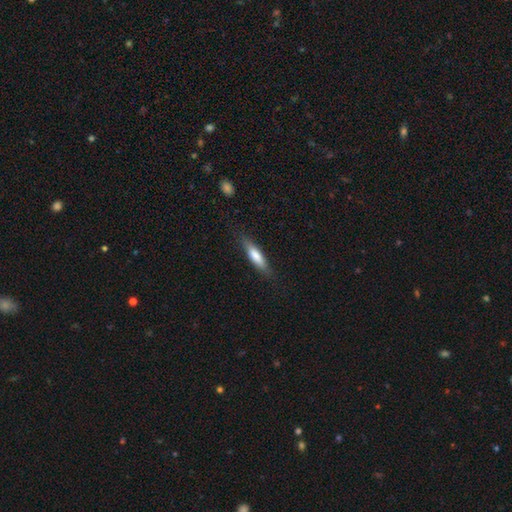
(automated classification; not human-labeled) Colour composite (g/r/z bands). It shows a smooth galaxy with no disk features (73%) that is cigar-shaped (71%). Merging: none (81%).